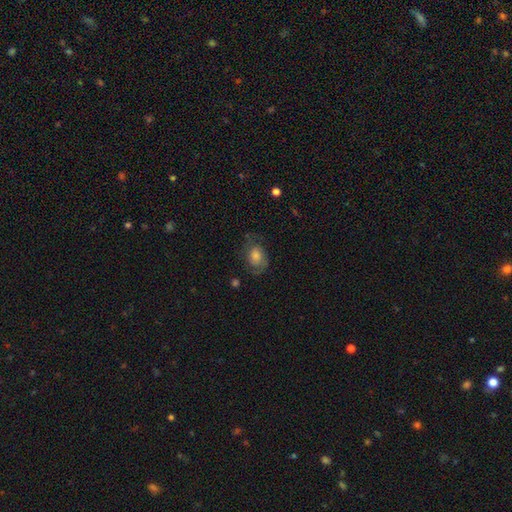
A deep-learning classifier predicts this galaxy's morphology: smooth-or-featured: smooth: 44% | featured or disk: 43% | star or artifact: 14%
  merging: none: 64% | minor disturbance: 21% | major disturbance: 13% | merger: 1%